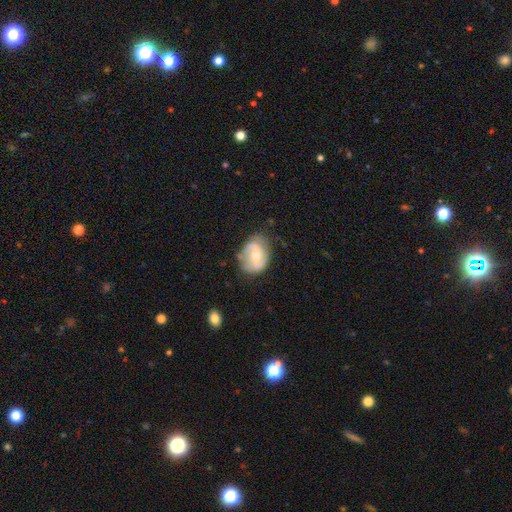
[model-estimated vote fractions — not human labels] This is possibly a featured or disk galaxy (59%). It is clearly not viewed edge-on (96%). Bar: possibly no (55%). Spiral arm pattern: likely yes (68%). Central bulge: likely moderate (62%). Merging: possibly none (57%).